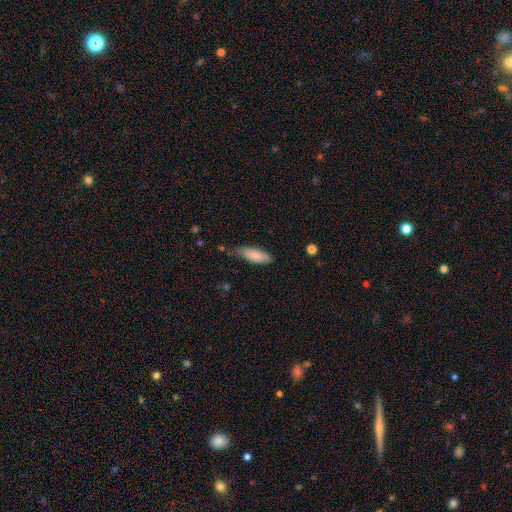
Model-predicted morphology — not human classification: Smooth or featured? smooth (84%)
How rounded? in between (63%)
Merging? none (70%)